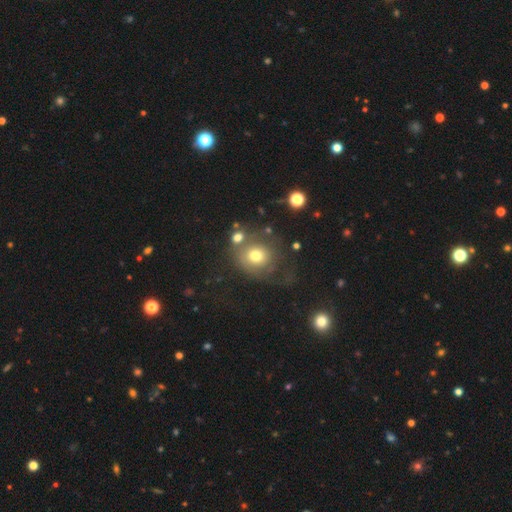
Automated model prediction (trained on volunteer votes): This appears to be a smooth galaxy with no disk features (61%) that is round (80%). Merging: none (44%).